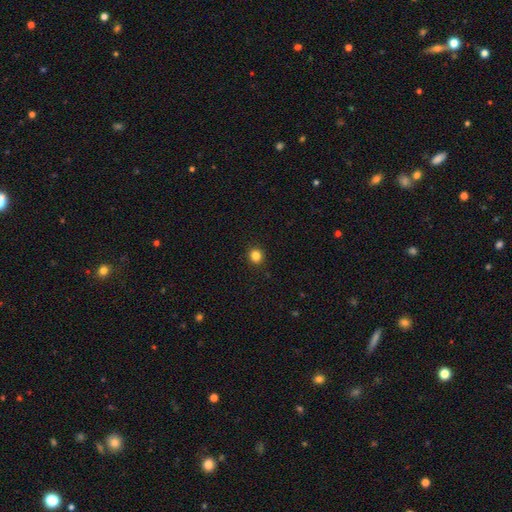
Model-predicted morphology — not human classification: This is clearly a smooth galaxy (84%). How rounded: clearly round (90%). Merging: clearly none (93%).